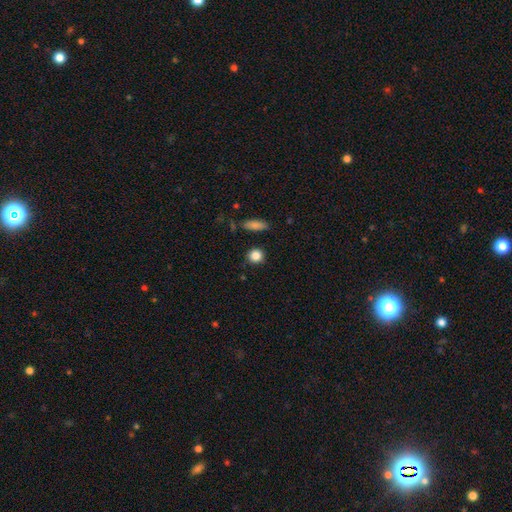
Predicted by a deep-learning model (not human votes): smooth-or-featured: smooth: 85% | star or artifact: 10% | featured or disk: 5%
  how-rounded: round: 87% | in between: 11% | cigar-shaped: 2%
  merging: none: 86% | minor disturbance: 9% | merger: 3% | major disturbance: 2%